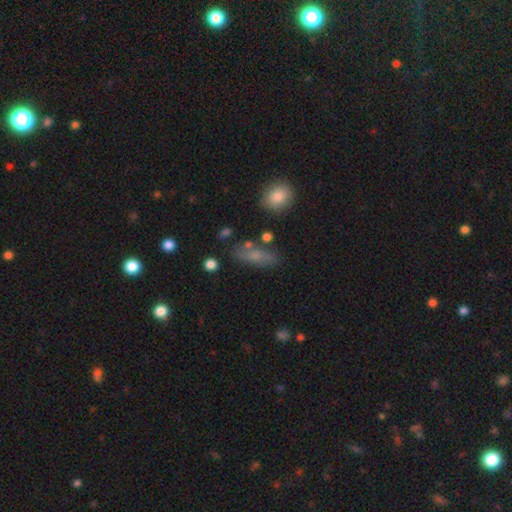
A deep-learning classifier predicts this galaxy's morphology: smooth_or_featured: smooth (p=0.69) [alt: featured or disk p=0.20]
how_rounded: in between (p=0.59) [alt: cigar-shaped p=0.35]
merging: none (p=0.74) [alt: minor disturbance p=0.15]